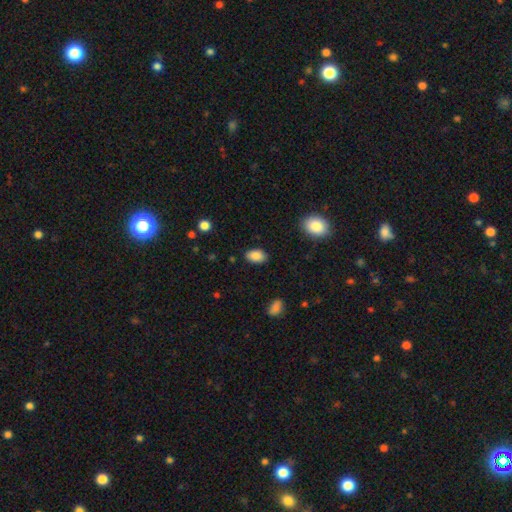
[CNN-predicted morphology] Smooth or featured?
  - smooth: 88% *
  - star or artifact: 8%
  - featured or disk: 5%
How rounded?
  - in between: 90% *
  - round: 8%
  - cigar-shaped: 1%
Merging?
  - none: 86% *
  - minor disturbance: 10%
  - major disturbance: 3%
  - merger: 1%